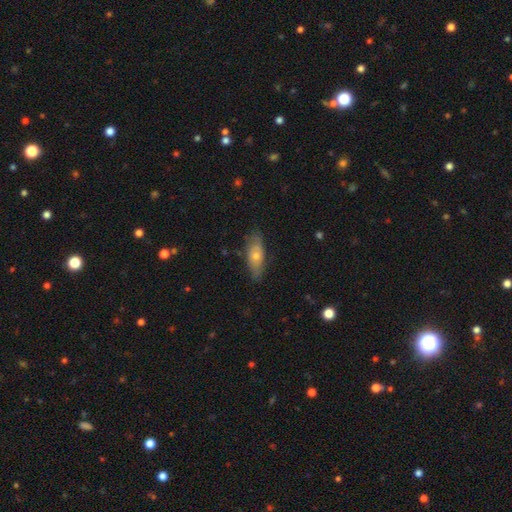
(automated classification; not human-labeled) smooth 50%, featured or disk 43%, star or artifact 7%. Down the decision tree: merging — none (78%).